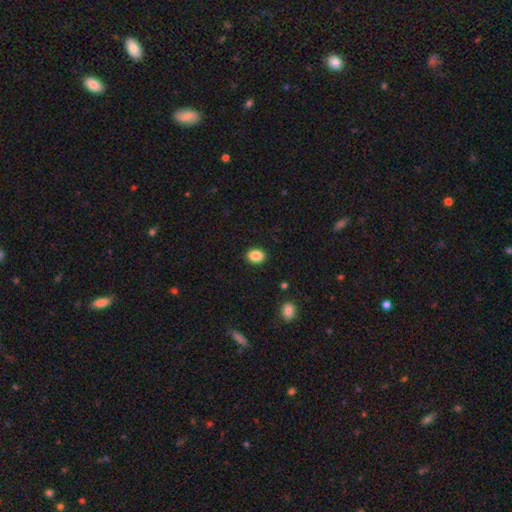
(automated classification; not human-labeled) smooth 88%, star or artifact 9%, featured or disk 4%. Down the decision tree: how rounded — in between (69%); merging — none (90%).